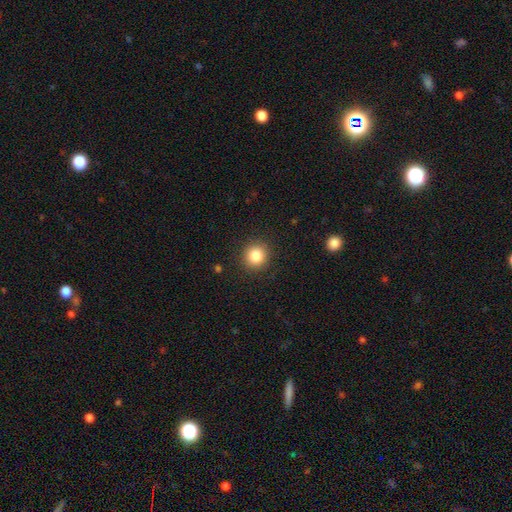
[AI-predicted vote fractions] This is clearly a smooth galaxy (83%). How rounded: clearly round (91%). Merging: clearly none (91%).